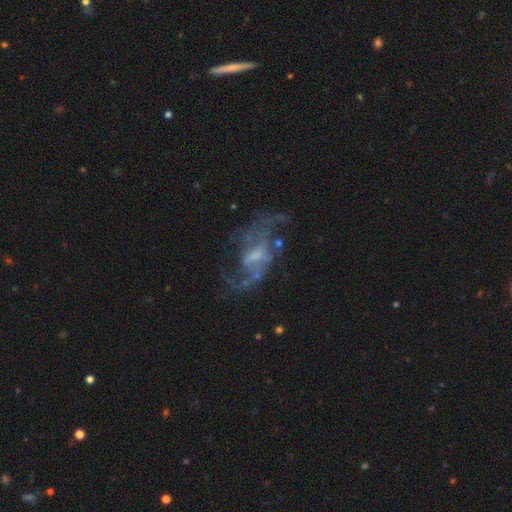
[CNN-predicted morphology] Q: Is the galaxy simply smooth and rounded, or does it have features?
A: featured or disk — 81%.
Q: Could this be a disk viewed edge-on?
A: no — 96%.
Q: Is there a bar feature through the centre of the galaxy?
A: weak — 52%.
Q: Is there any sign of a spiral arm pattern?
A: yes — 87%.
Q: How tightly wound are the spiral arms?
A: loose — 53%.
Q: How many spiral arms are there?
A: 2 — 68%.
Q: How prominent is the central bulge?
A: small — 42%.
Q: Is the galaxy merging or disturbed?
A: none — 57%.